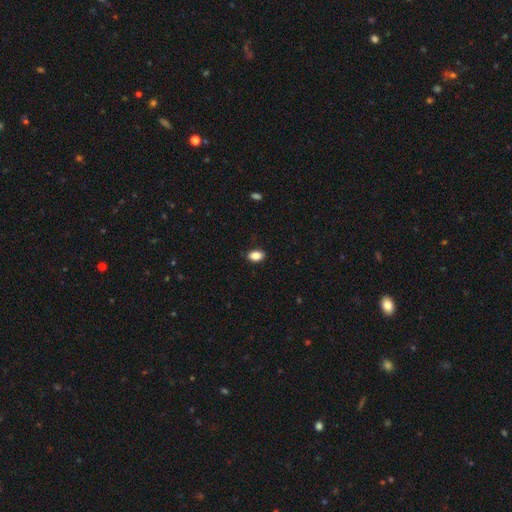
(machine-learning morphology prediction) Smooth or featured? smooth (86%)
How rounded? in between (85%)
Merging? none (86%)